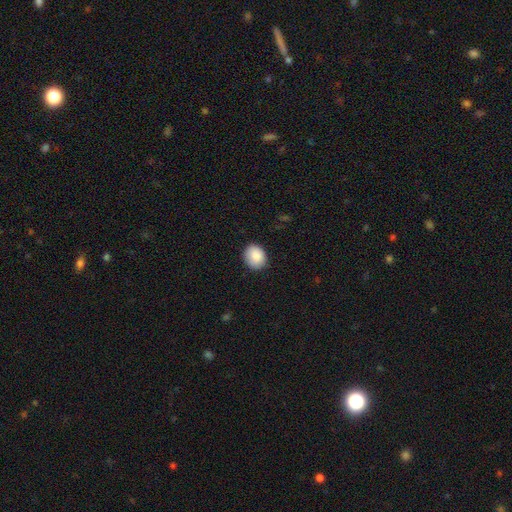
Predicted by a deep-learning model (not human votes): This appears to be a smooth galaxy with no disk features (88%) that is round (58%). Merging: none (86%).